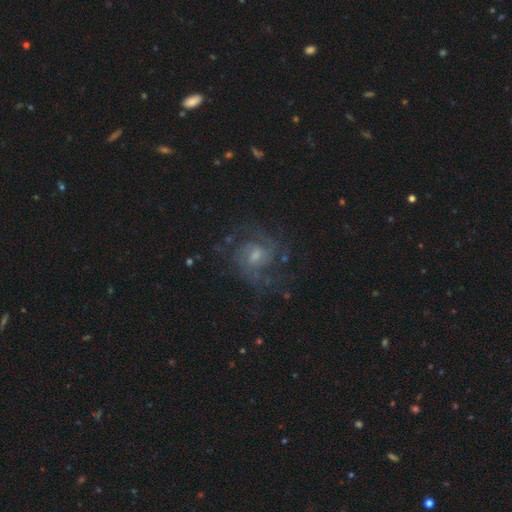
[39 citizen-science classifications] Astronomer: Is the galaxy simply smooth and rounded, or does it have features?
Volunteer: featured or disk — 82%.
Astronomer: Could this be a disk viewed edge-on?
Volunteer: no — 94%.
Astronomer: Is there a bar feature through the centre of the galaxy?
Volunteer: weak — 70%.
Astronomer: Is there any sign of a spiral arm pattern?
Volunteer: yes — 90%.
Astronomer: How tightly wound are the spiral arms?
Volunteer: medium — 48% (runner-up: tight, 26%).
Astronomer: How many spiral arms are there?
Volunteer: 2 — 74%.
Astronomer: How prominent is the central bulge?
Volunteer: moderate — 43% (runner-up: small, 40%).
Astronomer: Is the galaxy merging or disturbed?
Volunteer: none — 50% (runner-up: major disturbance, 31%).